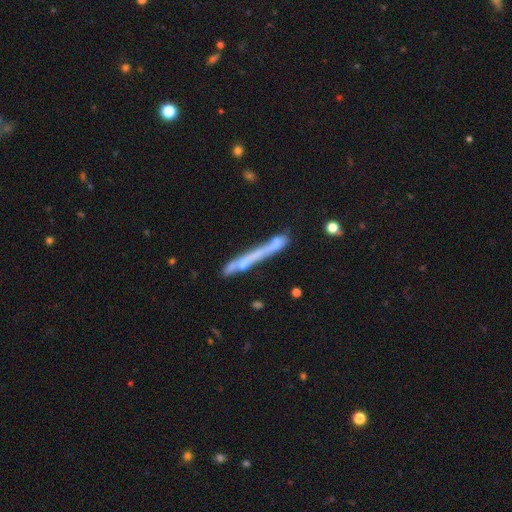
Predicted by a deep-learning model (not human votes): Smooth or featured: featured or disk — 52% (smooth — 37%)
Edge-on disk: yes — 88% (no — 12%)
Merging: none — 65% (minor disturbance — 15%)